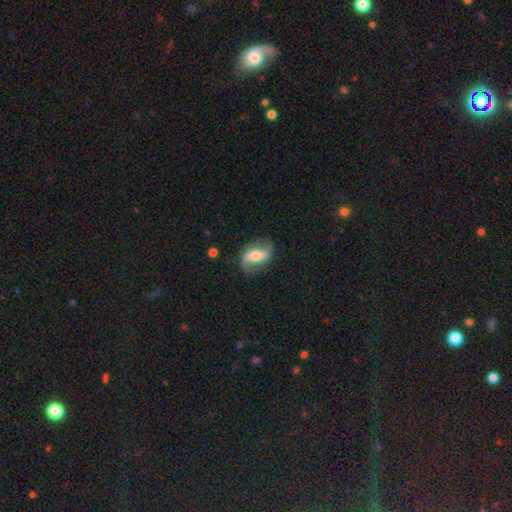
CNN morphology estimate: Smooth or featured? Predicted: featured or disk (p=0.83). Edge-on disk? Predicted: no (p=0.96). Bar? Predicted: weak (p=0.38). Spiral arms? Predicted: yes (p=0.95). Spiral winding? Predicted: loose (p=0.66). Spiral arm count? Predicted: 2 (p=0.92). Bulge size? Predicted: moderate (p=0.55). Merging? Predicted: none (p=0.79).